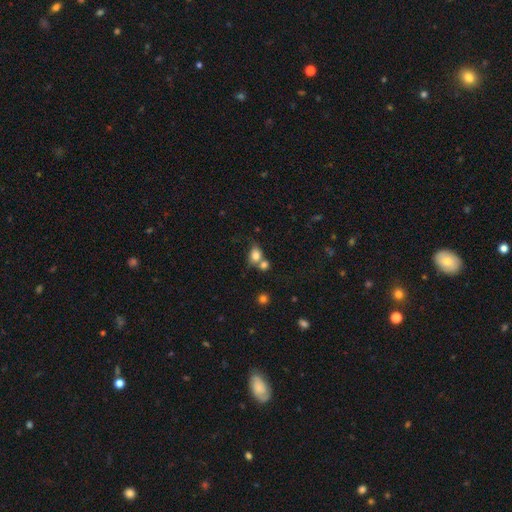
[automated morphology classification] type=smooth (79%); roundness=in between (63%); merging=merger (43%).